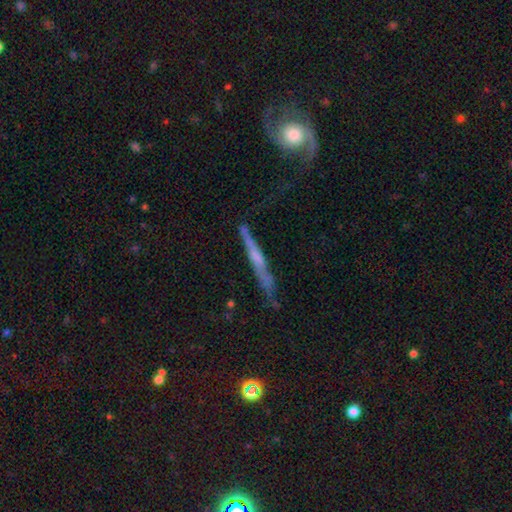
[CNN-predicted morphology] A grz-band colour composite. It shows a featured or disk galaxy (59%) viewed edge-on (91%) with no central bulge (52%). Merging: none (68%).